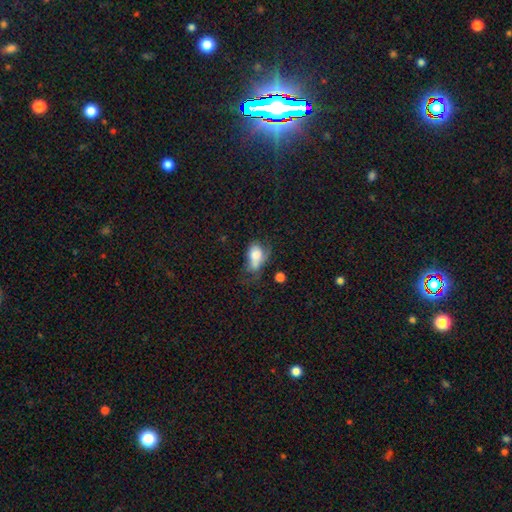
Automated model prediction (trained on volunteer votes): This appears to be a smooth galaxy with no disk features (70%) that is in between round and cigar-shaped (80%). Merging: major disturbance (32%).